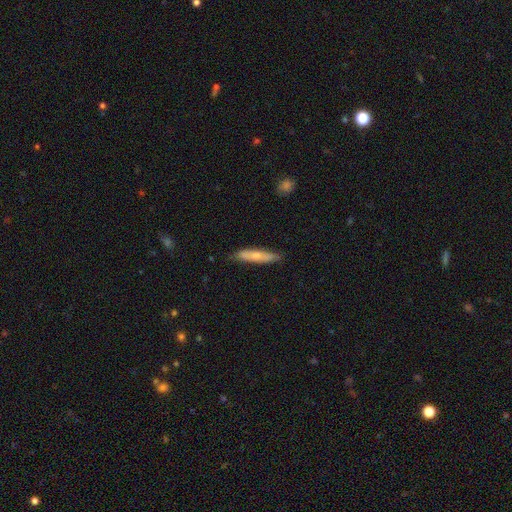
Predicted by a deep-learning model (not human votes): Smooth or featured: smooth — 65% (featured or disk — 30%)
How rounded: cigar-shaped — 88% (in between — 11%)
Merging: none — 82% (minor disturbance — 14%)